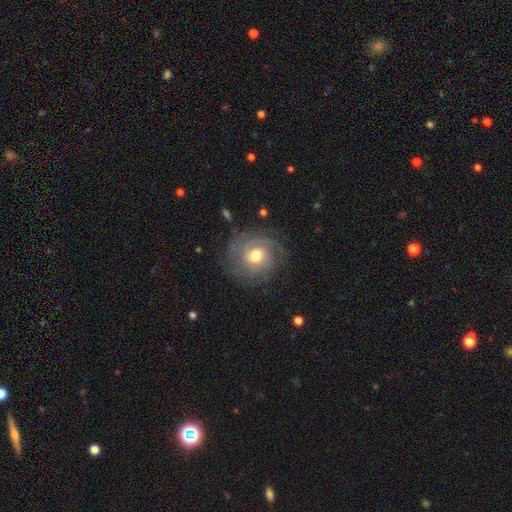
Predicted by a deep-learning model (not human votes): Overall: featured or disk (73%). Edge-on disk: no (97%). Bar: no (68%). Spiral arms: yes (90%). Spiral arm count: can't tell (39%; 2 22%). Spiral winding: tight (67%). Bulge size: moderate (70%). Merging: none (76%).